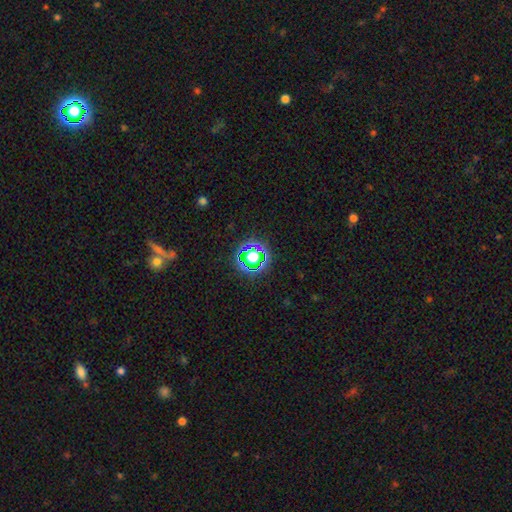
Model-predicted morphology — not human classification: Smooth or featured: star or artifact — 51% (smooth — 37%)